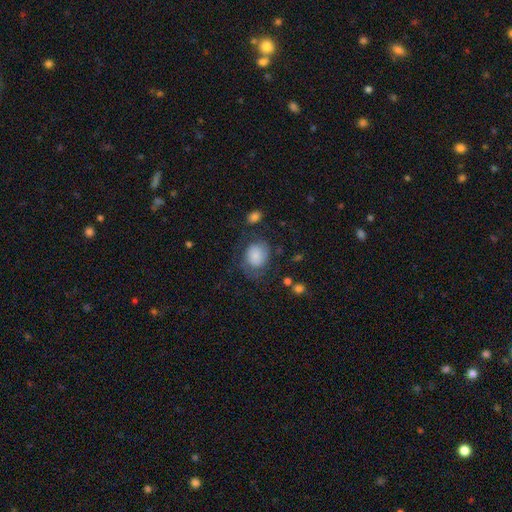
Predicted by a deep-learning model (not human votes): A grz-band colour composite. It shows a smooth galaxy with no disk features (74%) that is round (58%). Merging: none (53%).